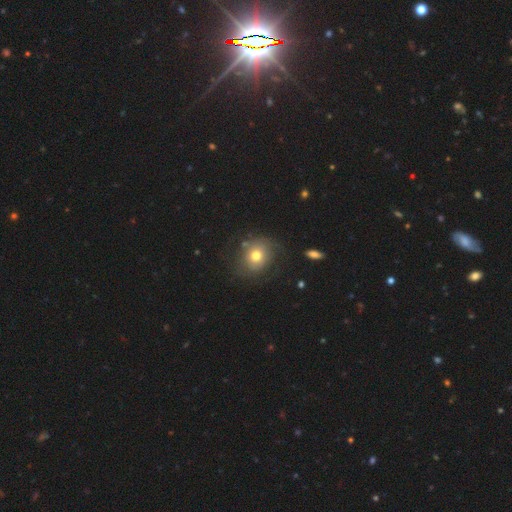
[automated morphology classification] Smooth or featured: smooth — 65% (featured or disk — 24%)
How rounded: round — 74% (in between — 25%)
Merging: none — 66% (minor disturbance — 19%)